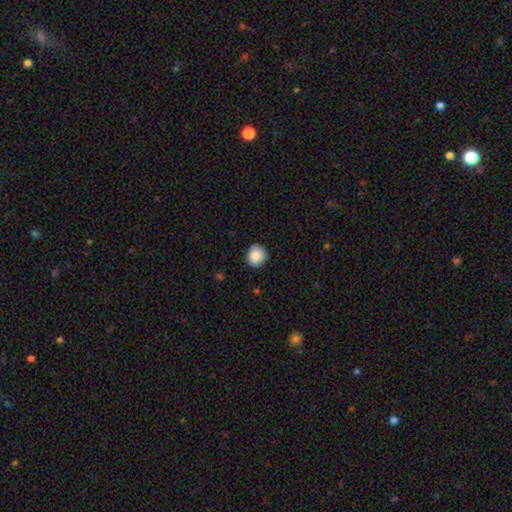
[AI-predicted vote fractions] Morphology: type=smooth (88%); roundness=round (87%); merging=none (89%).